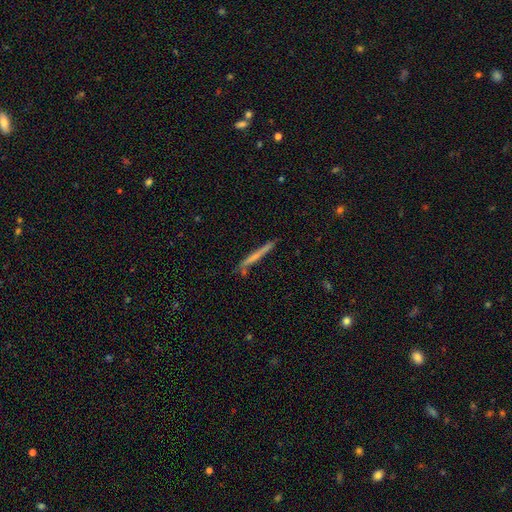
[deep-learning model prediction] Smooth or featured: smooth — 53% (featured or disk — 40%)
How rounded: cigar-shaped — 97% (in between — 2%)
Merging: none — 82% (minor disturbance — 12%)